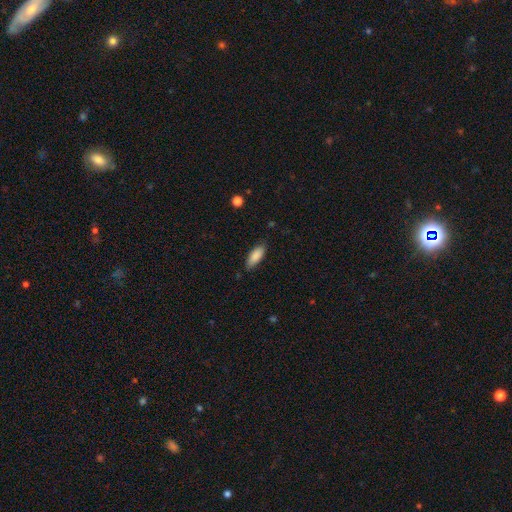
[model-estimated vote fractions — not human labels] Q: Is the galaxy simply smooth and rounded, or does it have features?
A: smooth — 87%.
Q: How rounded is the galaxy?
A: in between — 74%.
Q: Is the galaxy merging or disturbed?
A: none — 80%.